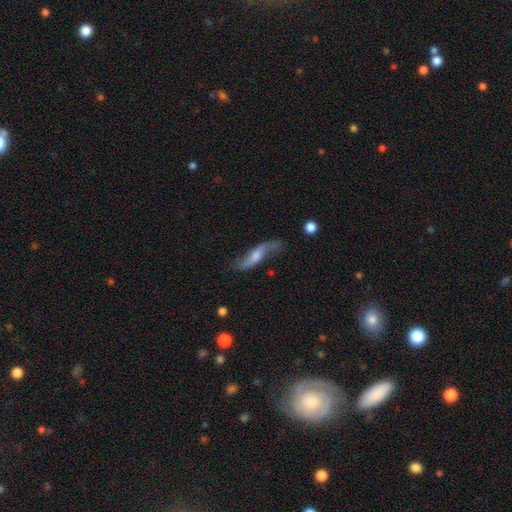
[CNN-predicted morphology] The model was most divided on "bar": no: 49%, weak: 36%, strong: 15%. Remaining: spiral arms — yes (92%); smooth or featured — featured or disk (76%); edge-on disk — no (71%); merging — none (68%); bulge size — moderate (48%).